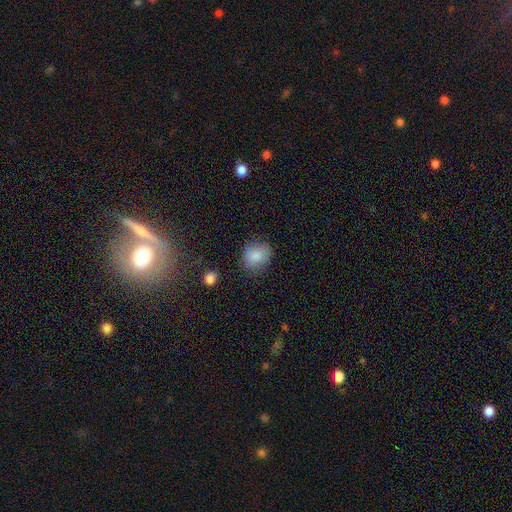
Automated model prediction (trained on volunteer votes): A smooth galaxy with no disk features (85%) that is round (66%). Merging: none (76%).